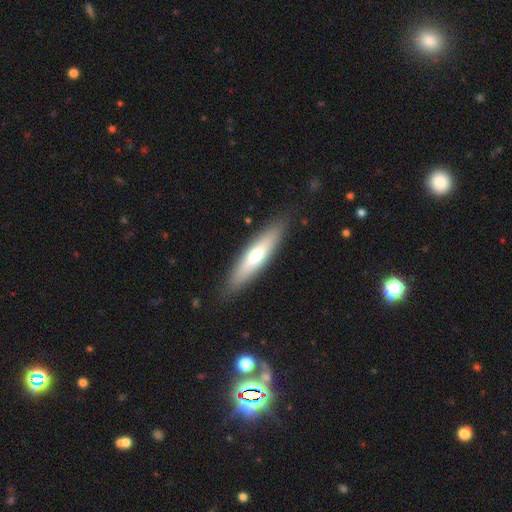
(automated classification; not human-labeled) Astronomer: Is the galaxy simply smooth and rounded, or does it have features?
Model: smooth — 59% (runner-up: featured or disk, 35%).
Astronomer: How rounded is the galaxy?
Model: cigar-shaped — 73%.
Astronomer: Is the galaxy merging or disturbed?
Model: none — 88%.